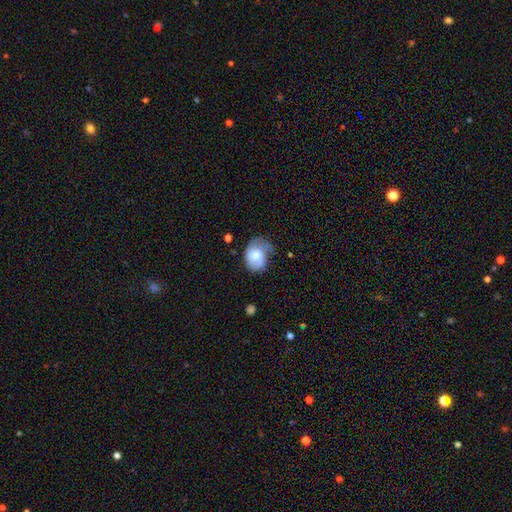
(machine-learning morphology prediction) The model was most divided on "merging": minor disturbance: 37%, none: 35%, major disturbance: 24%, merger: 3%. More confident: how rounded — in between (55%); smooth or featured — smooth (55%).